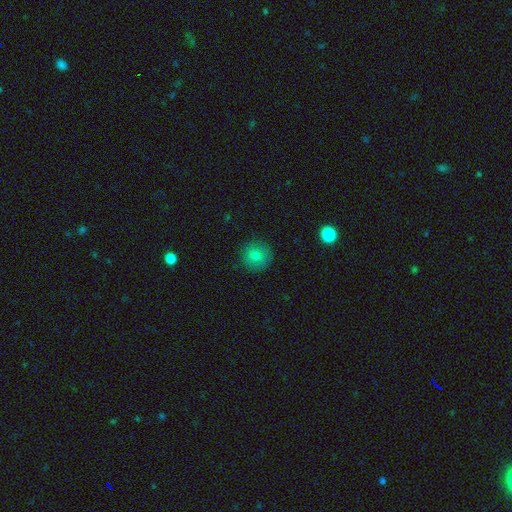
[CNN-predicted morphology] A smooth galaxy with no disk features (77%) that is round (94%).

Vote fractions:
- Smooth or featured? smooth: 77% / star or artifact: 12% / featured or disk: 11%
- How rounded? round: 94% / in between: 5% / cigar-shaped: 1%
- Merging? none: 89% / minor disturbance: 7% / major disturbance: 2% / merger: 1%